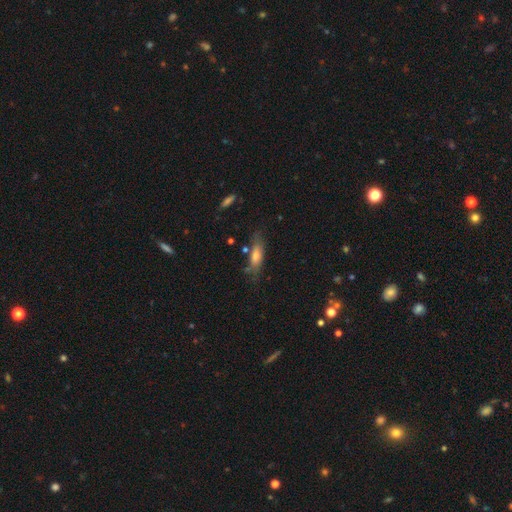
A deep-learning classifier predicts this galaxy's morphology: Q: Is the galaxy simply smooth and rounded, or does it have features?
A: smooth — 57%.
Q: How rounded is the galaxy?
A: cigar-shaped — 49%.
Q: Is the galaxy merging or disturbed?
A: none — 60%.